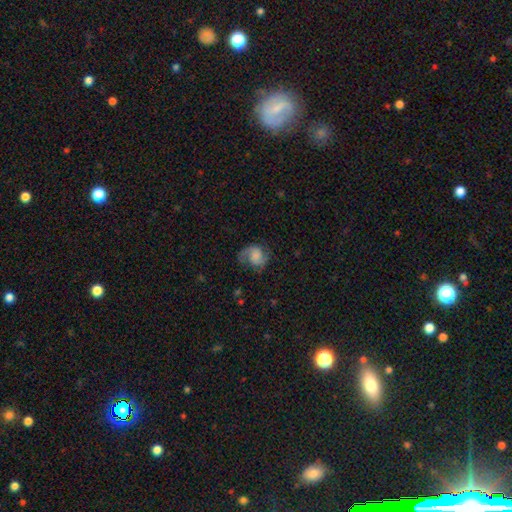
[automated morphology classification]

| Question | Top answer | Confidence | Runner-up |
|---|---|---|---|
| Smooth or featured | featured or disk | 65% | smooth (26%) |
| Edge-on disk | no | 98% | yes (2%) |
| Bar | no | 63% | weak (31%) |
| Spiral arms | yes | 94% | no (6%) |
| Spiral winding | medium | 48% | loose (30%) |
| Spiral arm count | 2 | 85% | 1 (7%) |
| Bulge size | none | 38% | small (23%) |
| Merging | none | 68% | minor disturbance (19%) |